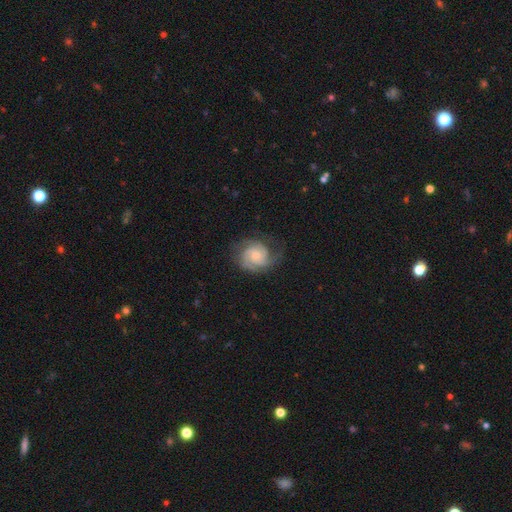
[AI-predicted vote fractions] Smooth or featured? featured or disk (83%)
Edge-on disk? no (98%)
Bar? no (75%)
Spiral arms? yes (97%)
Spiral winding? tight (55%)
Spiral arm count? 3 (43%)
Bulge size? small (57%)
Merging? none (70%)